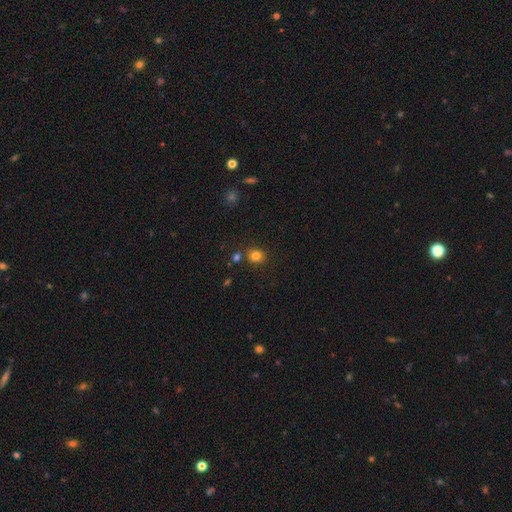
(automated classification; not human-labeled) This appears to be a smooth galaxy with no disk features (81%) that is round (71%). Merging: none (79%).